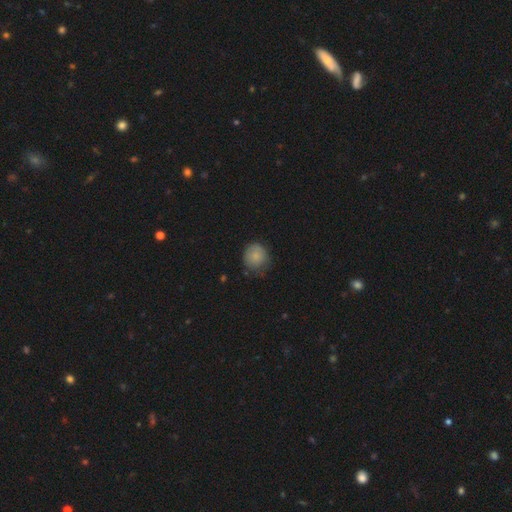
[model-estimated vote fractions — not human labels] A smooth galaxy with no disk features (83%) that is round (86%). Merging: none (66%).